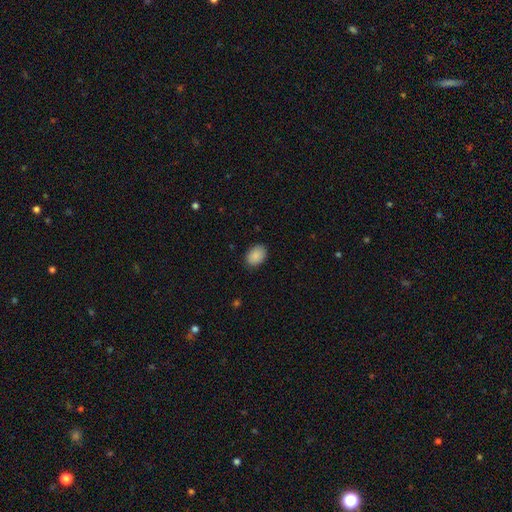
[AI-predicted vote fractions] smooth-or-featured: smooth: 89% | star or artifact: 7% | featured or disk: 3%
  how-rounded: in between: 76% | round: 23% | cigar-shaped: 1%
  merging: none: 87% | minor disturbance: 10% | major disturbance: 2% | merger: 1%